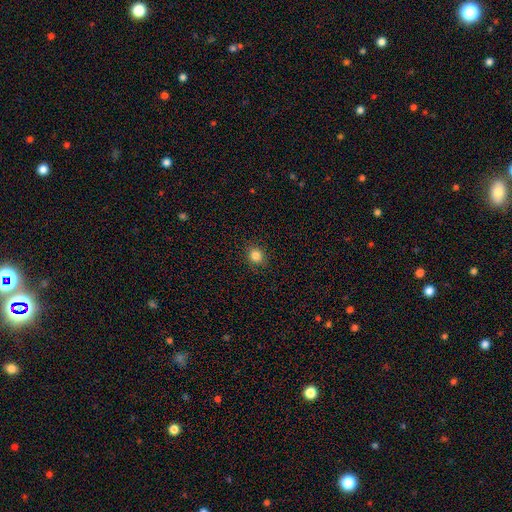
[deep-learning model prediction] smooth 83%, star or artifact 12%, featured or disk 5%. Down the decision tree: how rounded — round (79%); merging — none (90%).